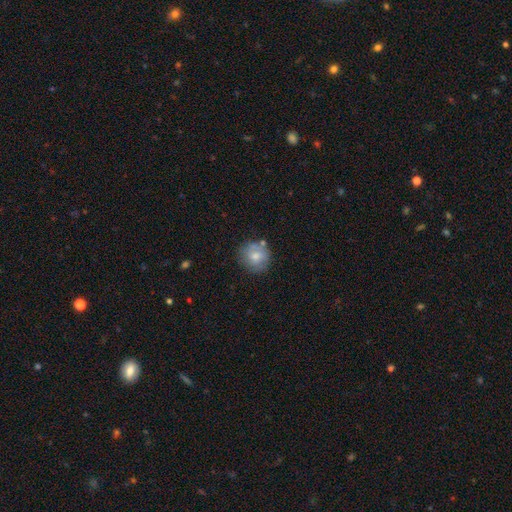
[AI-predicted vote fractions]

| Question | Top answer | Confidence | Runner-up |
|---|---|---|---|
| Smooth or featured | smooth | 73% | featured or disk (19%) |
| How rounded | round | 88% | in between (11%) |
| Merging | none | 71% | minor disturbance (17%) |